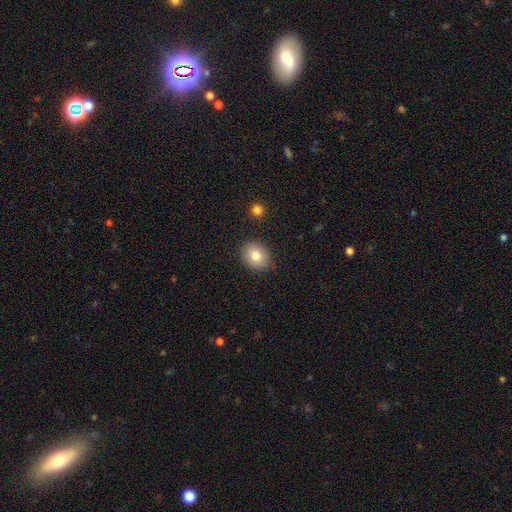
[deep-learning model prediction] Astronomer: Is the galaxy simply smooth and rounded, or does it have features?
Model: smooth — 81%.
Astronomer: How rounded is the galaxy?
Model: round — 69%.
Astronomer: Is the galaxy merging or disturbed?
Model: none — 86%.